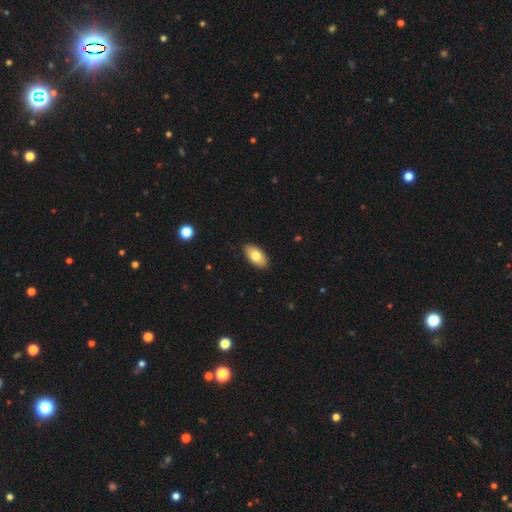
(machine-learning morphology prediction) smooth_or_featured: smooth (p=0.77) [alt: featured or disk p=0.16]
how_rounded: in between (p=0.94) [alt: round p=0.03]
merging: none (p=0.89) [alt: minor disturbance p=0.08]